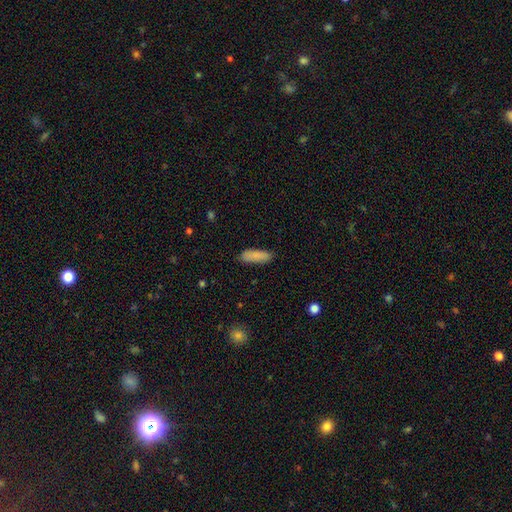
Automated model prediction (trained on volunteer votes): Smooth or featured?
  - smooth: 87% *
  - star or artifact: 7%
  - featured or disk: 6%
How rounded?
  - in between: 54% *
  - cigar-shaped: 45%
  - round: 2%
Merging?
  - none: 83% *
  - minor disturbance: 13%
  - major disturbance: 3%
  - merger: 1%